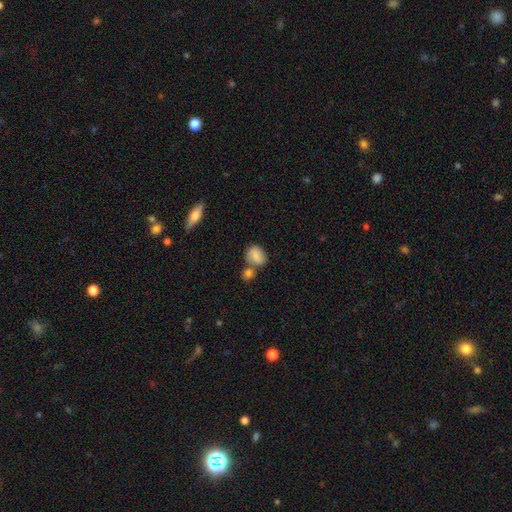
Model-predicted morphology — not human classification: This is clearly a smooth galaxy (80%). How rounded: possibly in between (51%). Merging: possibly none (48%).